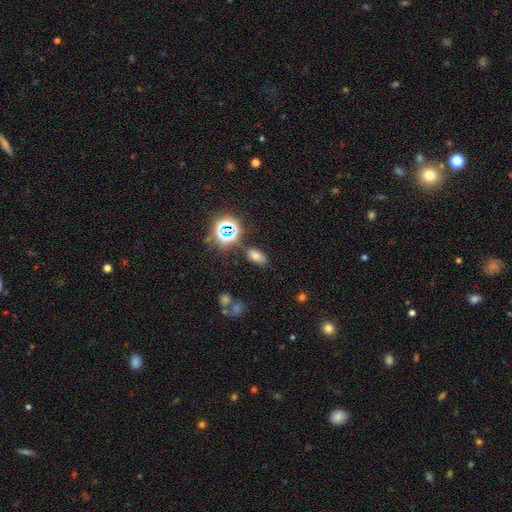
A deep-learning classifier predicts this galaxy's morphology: Smooth or featured: smooth — 67% (star or artifact — 24%)
How rounded: in between — 88% (round — 8%)
Merging: none — 79% (minor disturbance — 12%)